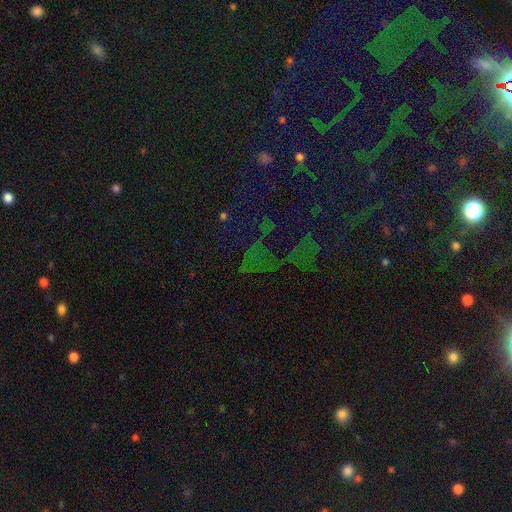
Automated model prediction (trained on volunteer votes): Smooth or featured: star or artifact — 72% (smooth — 16%)